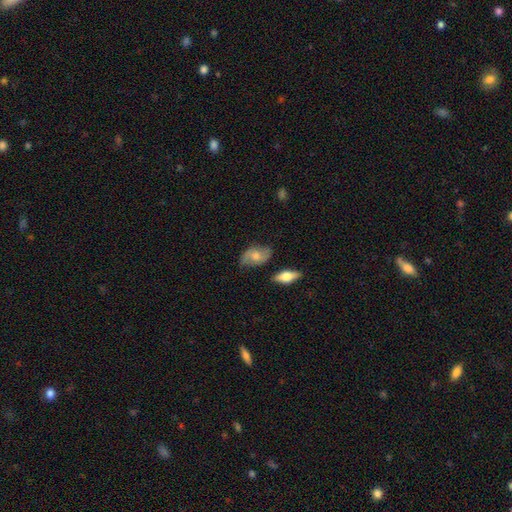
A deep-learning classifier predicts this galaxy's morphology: Q: Smooth or featured?
A: featured or disk (58%); runner-up: smooth (33%)
Q: Edge-on disk?
A: no (93%); runner-up: yes (7%)
Q: Bar?
A: no (65%); runner-up: weak (29%)
Q: Spiral arms?
A: yes (85%); runner-up: no (15%)
Q: Bulge size?
A: moderate (63%); runner-up: small (25%)
Q: Merging?
A: none (72%); runner-up: minor disturbance (20%)